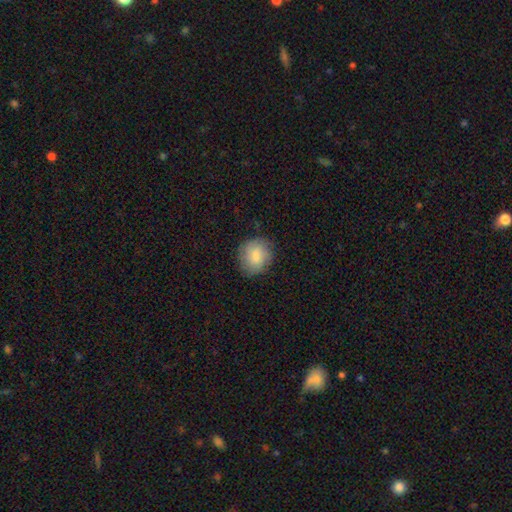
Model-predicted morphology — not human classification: Smooth or featured: smooth — 81% (featured or disk — 12%)
How rounded: round — 75% (in between — 24%)
Merging: none — 81% (minor disturbance — 14%)